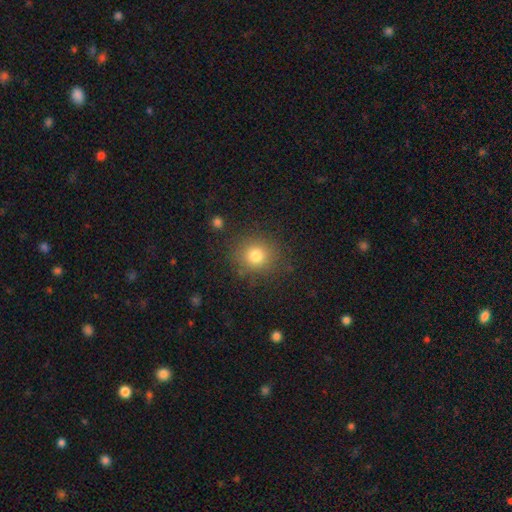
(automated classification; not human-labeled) Smooth or featured: smooth — 79% (star or artifact — 13%)
How rounded: round — 85% (in between — 14%)
Merging: none — 84% (minor disturbance — 10%)